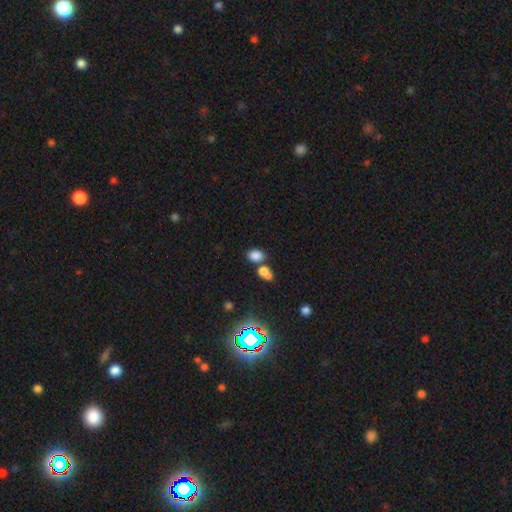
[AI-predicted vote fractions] smooth-or-featured: smooth: 77% | star or artifact: 15% | featured or disk: 7%
  how-rounded: in between: 70% | round: 29% | cigar-shaped: 1%
  merging: none: 49% | merger: 37% | minor disturbance: 10% | major disturbance: 4%